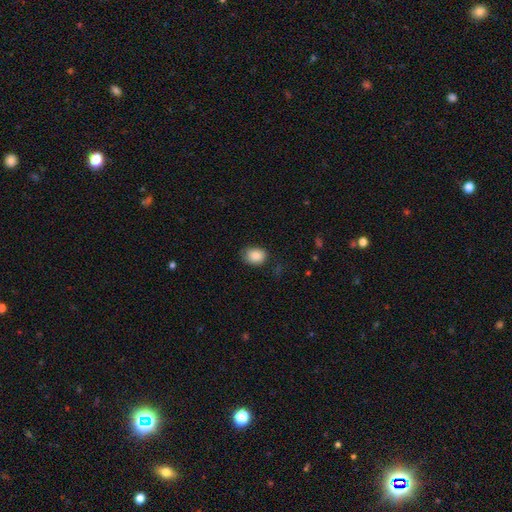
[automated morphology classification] The model was most divided on "how rounded": in between: 62%, round: 37%, cigar-shaped: 1%. More confident: smooth or featured — smooth (87%); merging — none (71%).